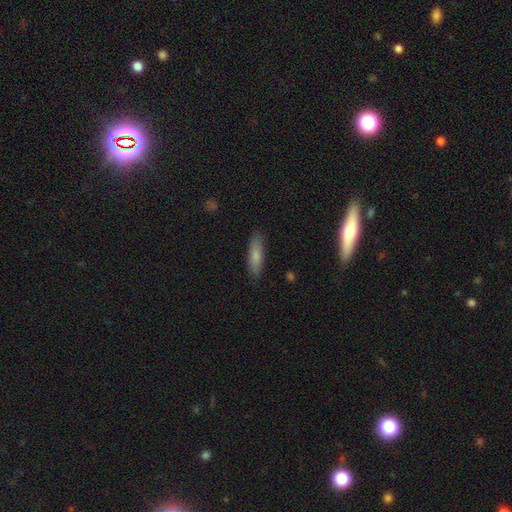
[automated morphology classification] smooth-or-featured: smooth: 77% | featured or disk: 16% | star or artifact: 7%
  how-rounded: cigar-shaped: 59% | in between: 39% | round: 2%
  merging: none: 86% | minor disturbance: 11% | major disturbance: 2% | merger: 1%